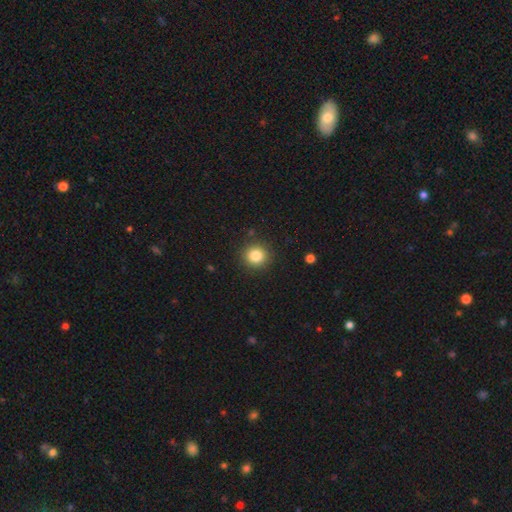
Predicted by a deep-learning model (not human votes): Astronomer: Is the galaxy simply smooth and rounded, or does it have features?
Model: smooth — 84%.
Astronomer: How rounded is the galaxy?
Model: round — 91%.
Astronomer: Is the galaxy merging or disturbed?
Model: none — 89%.